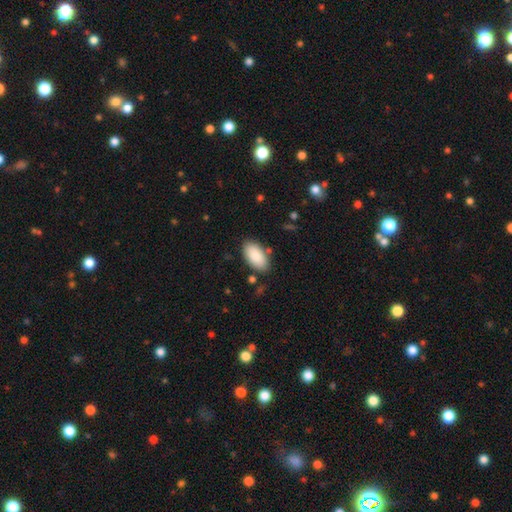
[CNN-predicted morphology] A smooth galaxy with no disk features (88%) that is in between round and cigar-shaped (95%). Merging: none (82%).